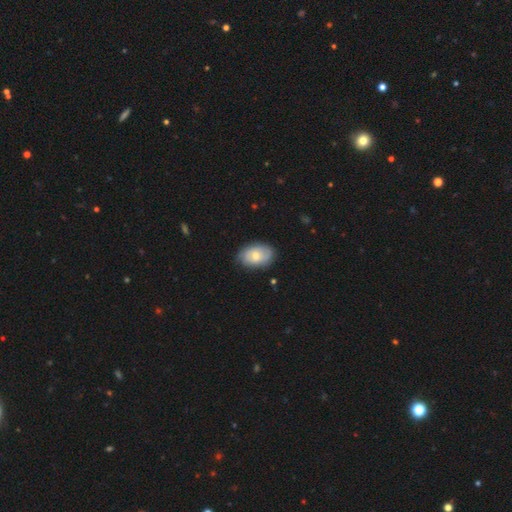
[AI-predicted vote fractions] Smooth or featured: smooth — 55% (featured or disk — 38%)
How rounded: in between — 84% (round — 15%)
Merging: none — 75% (minor disturbance — 19%)